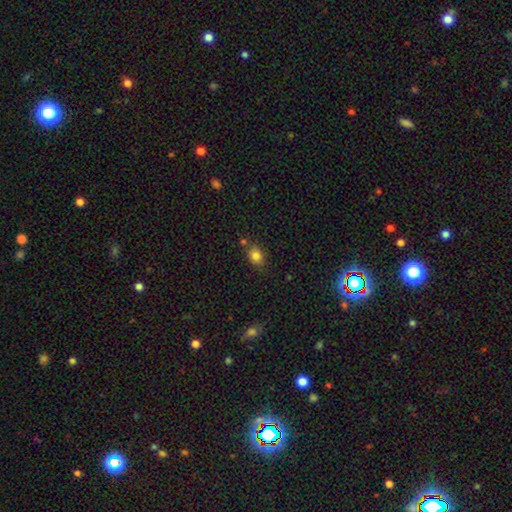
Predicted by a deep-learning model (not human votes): The model was most divided on "how rounded": in between: 62%, round: 37%, cigar-shaped: 1%. More confident: smooth or featured — smooth (83%); merging — none (74%).